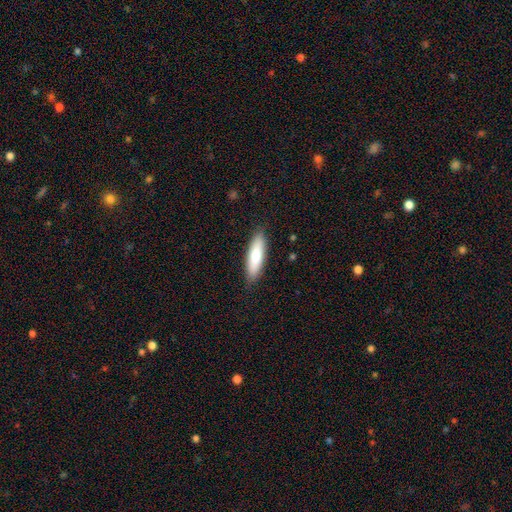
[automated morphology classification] Smooth or featured? Predicted: smooth (p=0.76). How rounded? Predicted: cigar-shaped (p=0.59). Merging? Predicted: none (p=0.87).